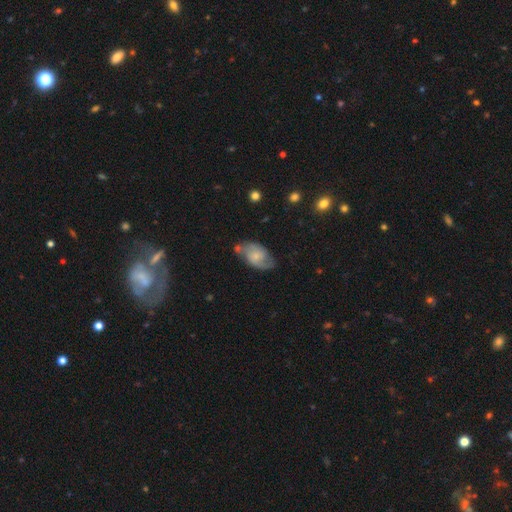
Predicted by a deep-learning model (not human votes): Smooth or featured? featured or disk (63%)
Edge-on disk? no (96%)
Bar? no (61%)
Spiral arms? yes (88%)
Spiral winding? medium (47%)
Spiral arm count? 2 (83%)
Bulge size? small (54%)
Merging? none (62%)